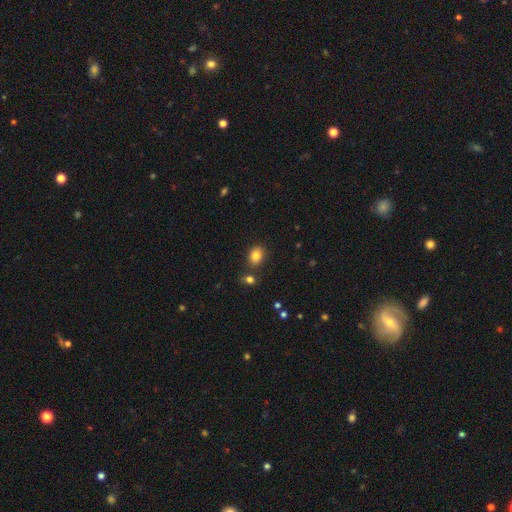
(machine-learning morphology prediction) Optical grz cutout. It shows a smooth galaxy with no disk features (83%) that is in between round and cigar-shaped (65%). Merging: none (79%).